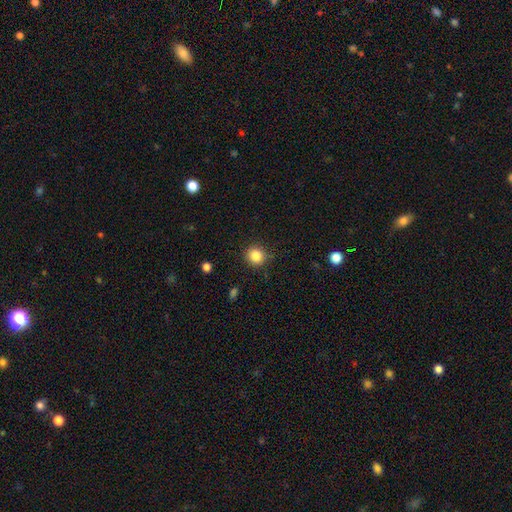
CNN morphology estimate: Smooth or featured: smooth — 85% (star or artifact — 11%)
How rounded: round — 91% (in between — 9%)
Merging: none — 86% (minor disturbance — 9%)